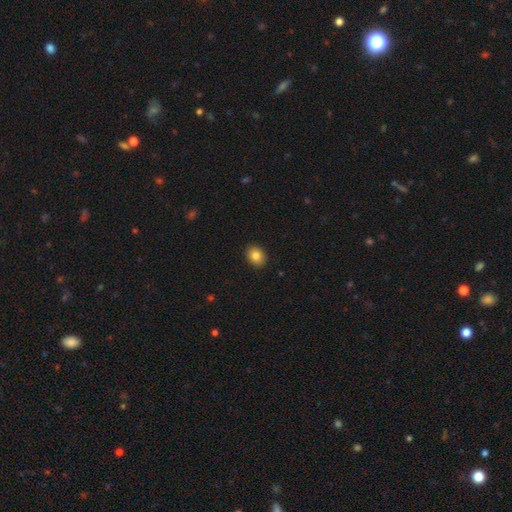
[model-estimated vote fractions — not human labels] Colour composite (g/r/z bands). It shows a smooth galaxy with no disk features (84%) that is in between round and cigar-shaped (51%). Merging: none (91%).